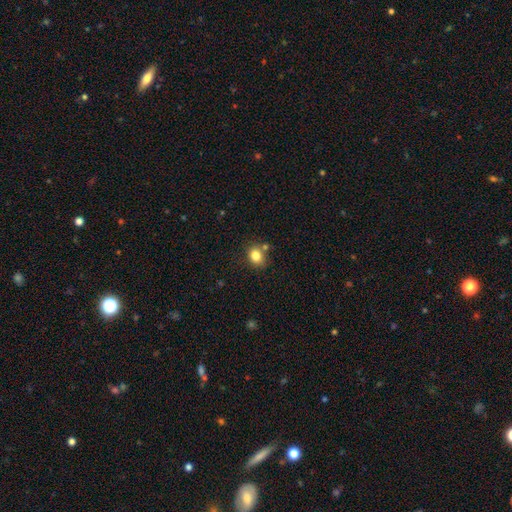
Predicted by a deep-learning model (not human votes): Smooth or featured? smooth (82%)
How rounded? round (60%)
Merging? none (72%)